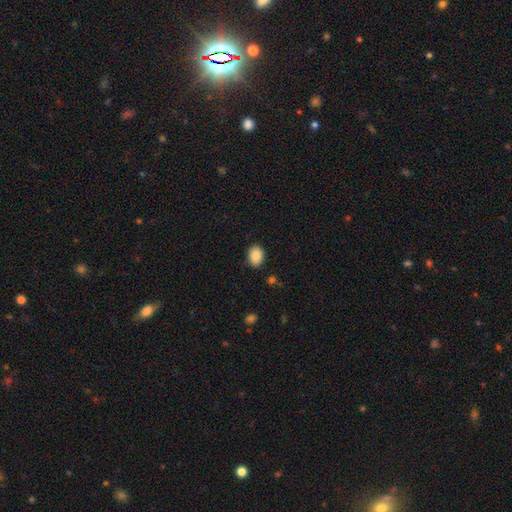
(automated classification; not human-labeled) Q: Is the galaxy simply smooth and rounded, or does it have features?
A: smooth — 88%.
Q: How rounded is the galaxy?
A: in between — 69%.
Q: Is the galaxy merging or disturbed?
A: none — 85%.